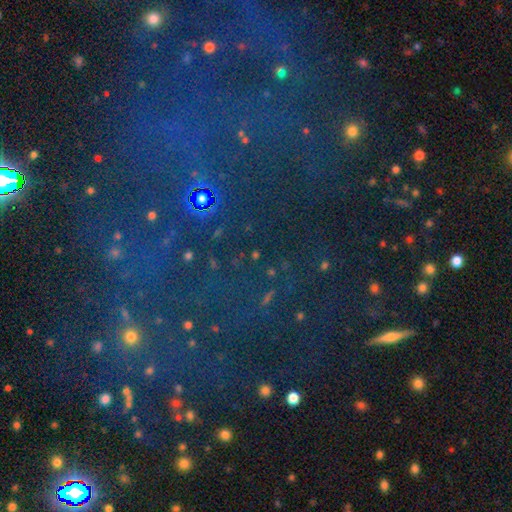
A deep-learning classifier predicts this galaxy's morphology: star or artifact 67%, smooth 22%, featured or disk 11%.